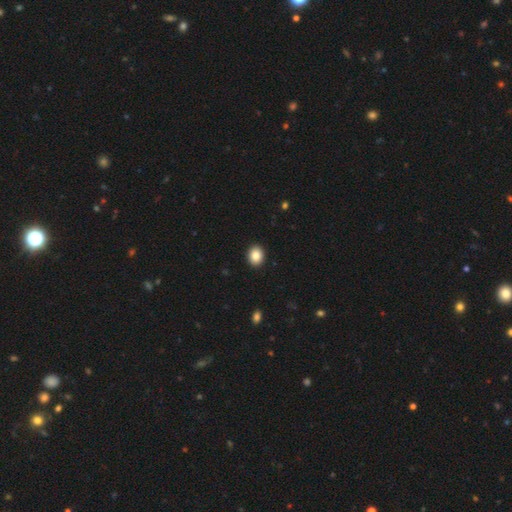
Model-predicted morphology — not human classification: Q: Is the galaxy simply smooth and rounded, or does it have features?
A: smooth — 86%.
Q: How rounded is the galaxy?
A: round — 55%.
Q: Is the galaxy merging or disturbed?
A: none — 92%.